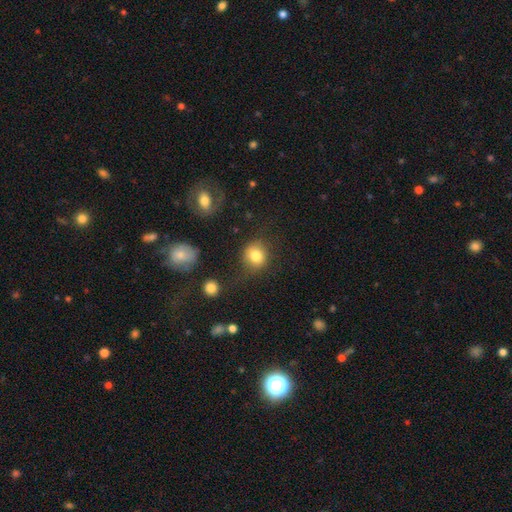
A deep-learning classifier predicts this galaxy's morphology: Smooth or featured?
  - smooth: 82% *
  - star or artifact: 10%
  - featured or disk: 8%
How rounded?
  - round: 78% *
  - in between: 20%
  - cigar-shaped: 1%
Merging?
  - none: 71% *
  - minor disturbance: 17%
  - major disturbance: 8%
  - merger: 4%